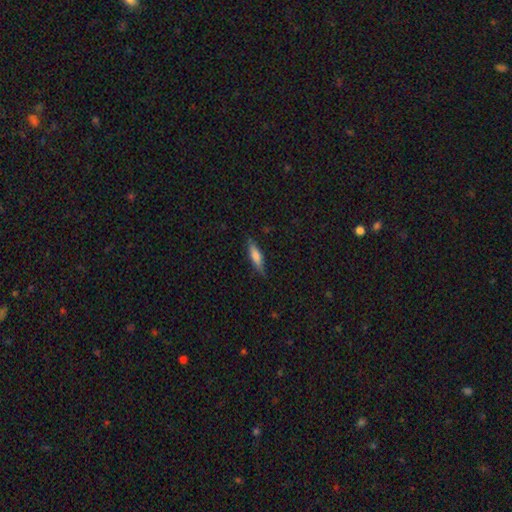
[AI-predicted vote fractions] Overall: smooth (69%). How rounded: cigar-shaped (70%). Merging: none (81%).